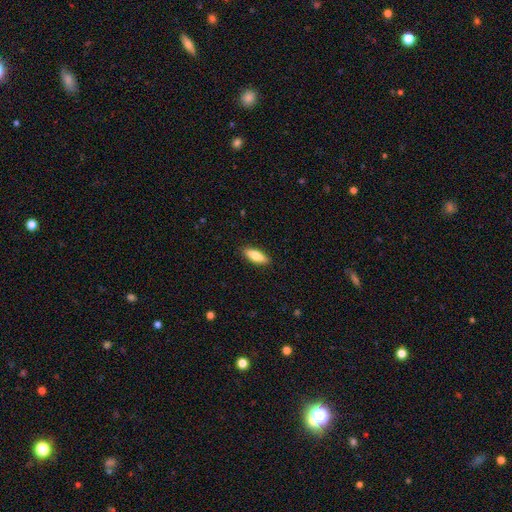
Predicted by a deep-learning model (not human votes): A smooth galaxy with no disk features (78%) that is in between round and cigar-shaped (60%).

Vote fractions:
- Smooth or featured? smooth: 78% / featured or disk: 16% / star or artifact: 6%
- How rounded? in between: 60% / cigar-shaped: 38% / round: 2%
- Merging? none: 89% / minor disturbance: 8% / major disturbance: 2% / merger: 1%